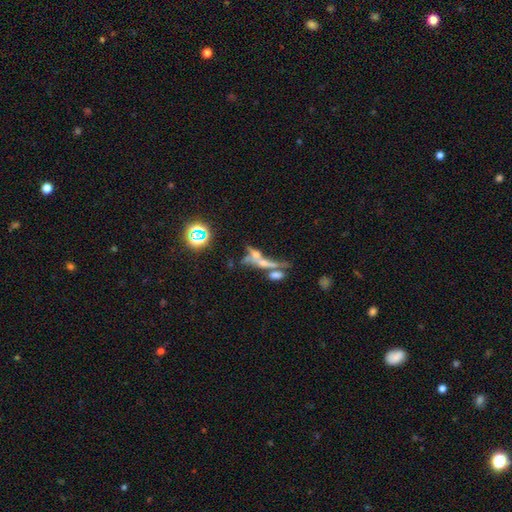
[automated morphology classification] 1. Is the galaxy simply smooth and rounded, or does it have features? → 44% featured or disk, 33% smooth, 23% star or artifact.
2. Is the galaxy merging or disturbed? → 51% merger, 26% none, 14% major disturbance, 10% minor disturbance.